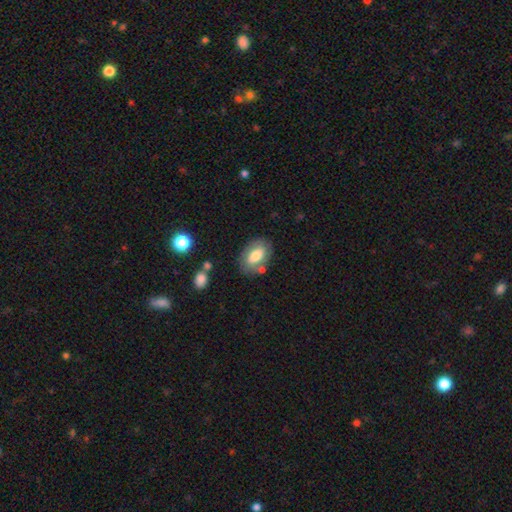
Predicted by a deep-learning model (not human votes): smooth_or_featured: smooth (p=0.65) [alt: featured or disk p=0.28]
how_rounded: in between (p=0.89) [alt: round p=0.10]
merging: none (p=0.70) [alt: minor disturbance p=0.17]